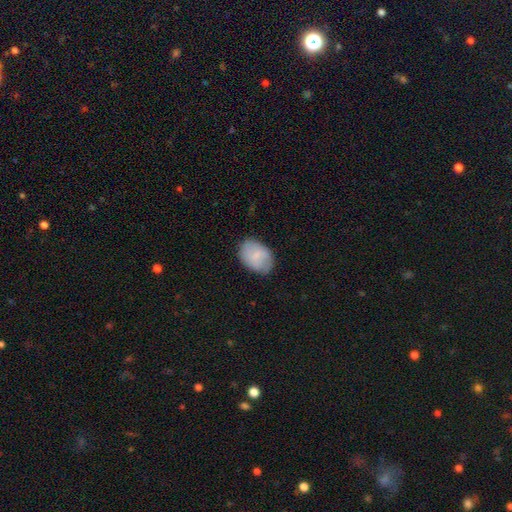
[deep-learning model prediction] smooth_or_featured: smooth (p=0.71) [alt: featured or disk p=0.22]
how_rounded: in between (p=0.79) [alt: round p=0.20]
merging: none (p=0.77) [alt: minor disturbance p=0.18]